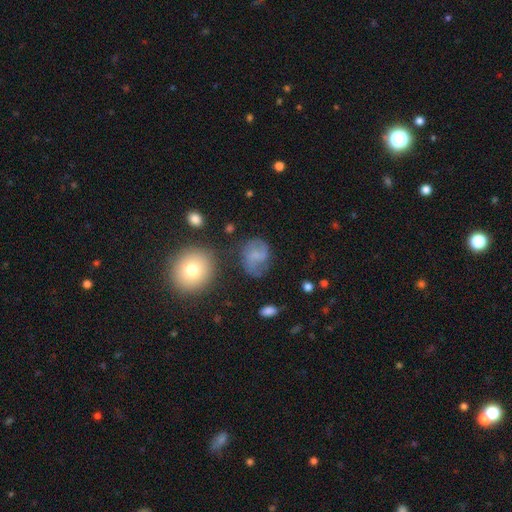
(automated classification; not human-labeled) A smooth galaxy with no disk features (45%). Merging: none (52%).